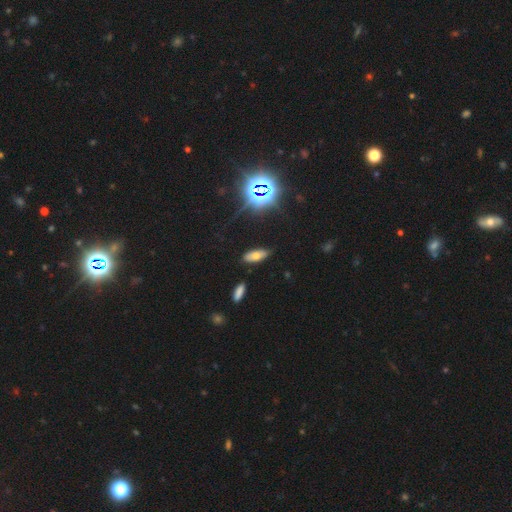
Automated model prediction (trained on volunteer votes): Morphology: type=smooth (60%); roundness=in between (80%); merging=none (84%).